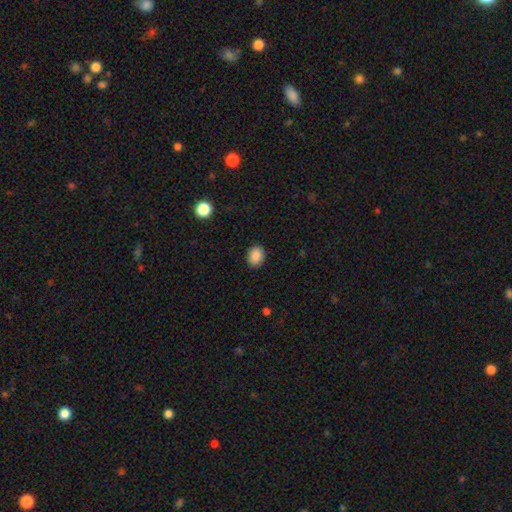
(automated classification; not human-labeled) smooth-or-featured: smooth: 88% | star or artifact: 9% | featured or disk: 3%
  how-rounded: in between: 60% | round: 39% | cigar-shaped: 1%
  merging: none: 88% | minor disturbance: 8% | major disturbance: 2% | merger: 1%